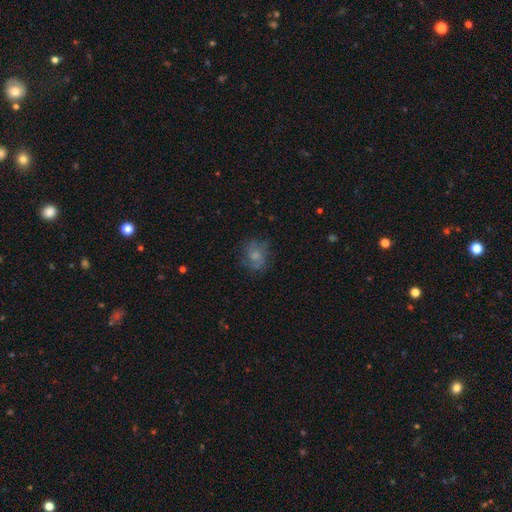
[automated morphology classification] Smooth or featured?
  - smooth: 61% *
  - featured or disk: 28%
  - star or artifact: 11%
How rounded?
  - round: 65% *
  - in between: 34%
  - cigar-shaped: 1%
Merging?
  - none: 69% *
  - minor disturbance: 20%
  - major disturbance: 10%
  - merger: 1%